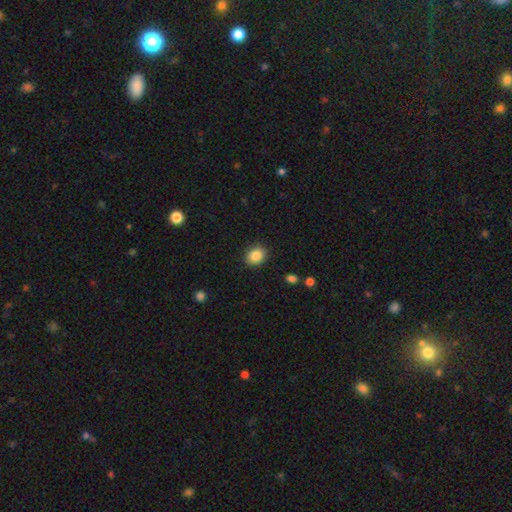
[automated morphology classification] Smooth or featured?
  - smooth: 86% *
  - star or artifact: 9%
  - featured or disk: 5%
How rounded?
  - round: 53% *
  - in between: 46%
  - cigar-shaped: 1%
Merging?
  - none: 89% *
  - minor disturbance: 8%
  - major disturbance: 2%
  - merger: 1%